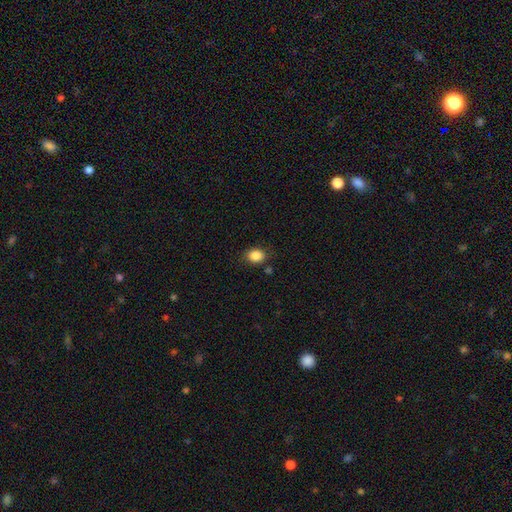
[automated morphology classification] Overall: smooth (87%). How rounded: in between (56%; round 43%). Merging: none (79%).